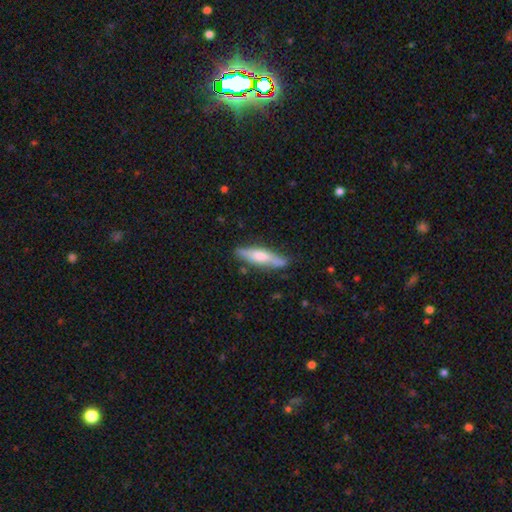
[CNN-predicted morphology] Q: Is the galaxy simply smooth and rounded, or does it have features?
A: featured or disk — 47%, tied with smooth.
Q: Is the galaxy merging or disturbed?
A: none — 82%.